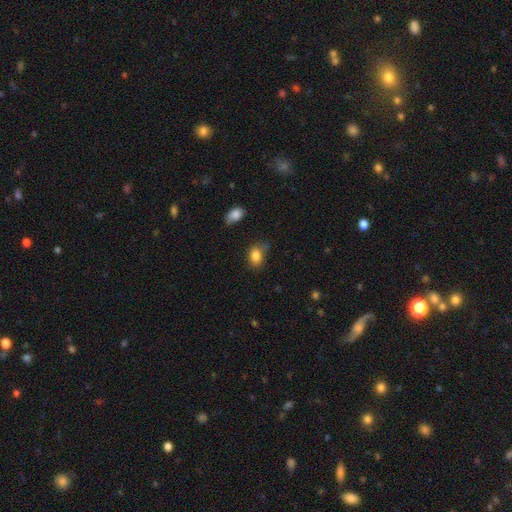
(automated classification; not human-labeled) smooth 84%, star or artifact 10%, featured or disk 6%. Down the decision tree: how rounded — in between (71%); merging — none (58%).